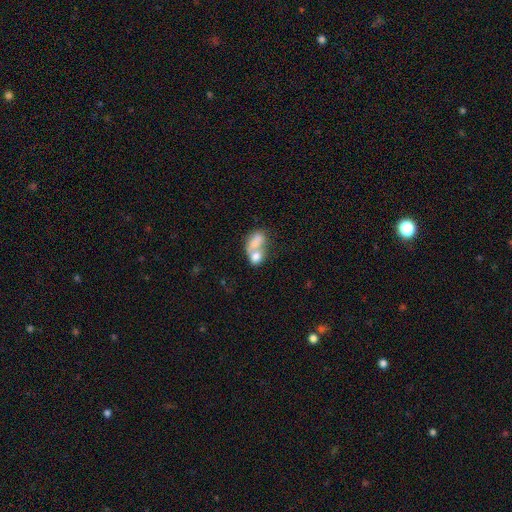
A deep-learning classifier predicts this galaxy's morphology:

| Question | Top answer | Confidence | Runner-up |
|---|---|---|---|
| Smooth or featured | smooth | 72% | featured or disk (19%) |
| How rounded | in between | 79% | round (18%) |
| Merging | merger | 70% | none (15%) |